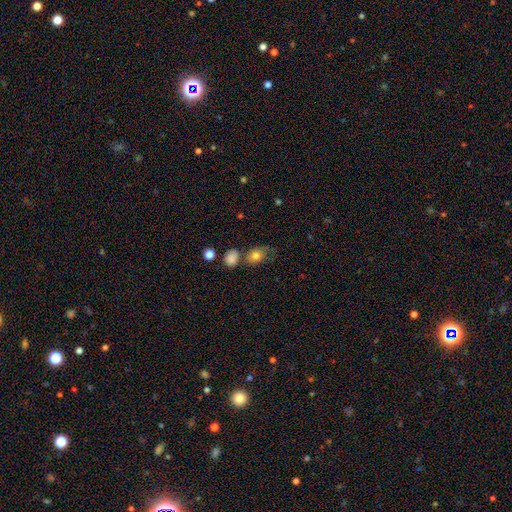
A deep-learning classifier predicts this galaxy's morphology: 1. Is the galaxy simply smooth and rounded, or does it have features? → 78% smooth, 12% featured or disk, 10% star or artifact.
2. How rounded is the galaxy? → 60% in between, 38% round, 1% cigar-shaped.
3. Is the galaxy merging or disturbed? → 49% none, 25% minor disturbance, 16% merger, 10% major disturbance.